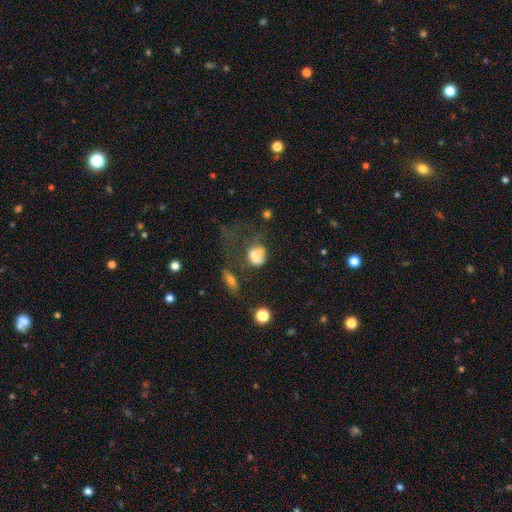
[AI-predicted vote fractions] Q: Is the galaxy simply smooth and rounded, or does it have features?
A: smooth — 72%.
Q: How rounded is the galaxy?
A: round — 59%.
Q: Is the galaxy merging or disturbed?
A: major disturbance — 37%.